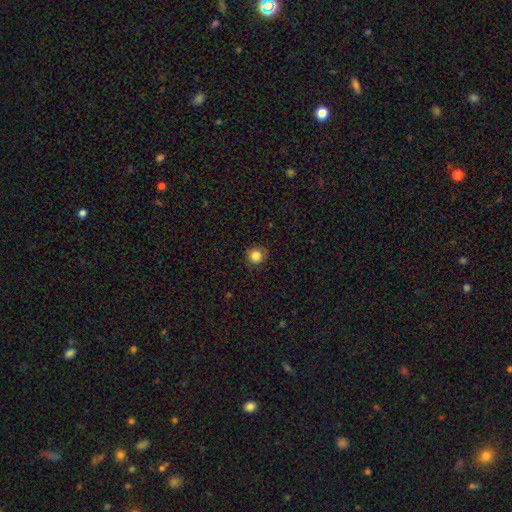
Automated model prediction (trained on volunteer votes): smooth 84%, star or artifact 11%, featured or disk 5%. Down the decision tree: how rounded — round (92%); merging — none (85%).